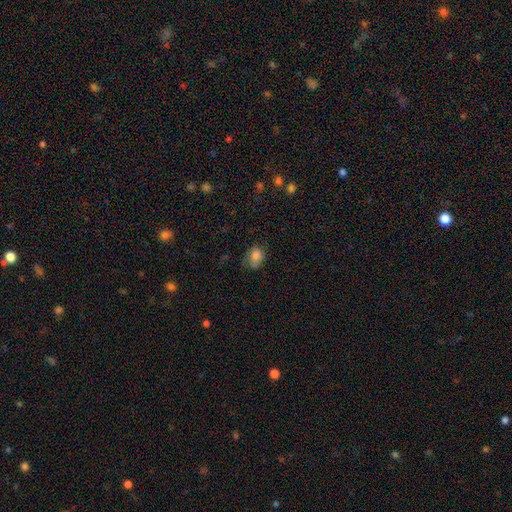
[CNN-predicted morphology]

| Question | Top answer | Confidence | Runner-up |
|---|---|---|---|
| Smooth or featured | smooth | 79% | featured or disk (11%) |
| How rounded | in between | 71% | round (27%) |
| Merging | none | 61% | minor disturbance (27%) |